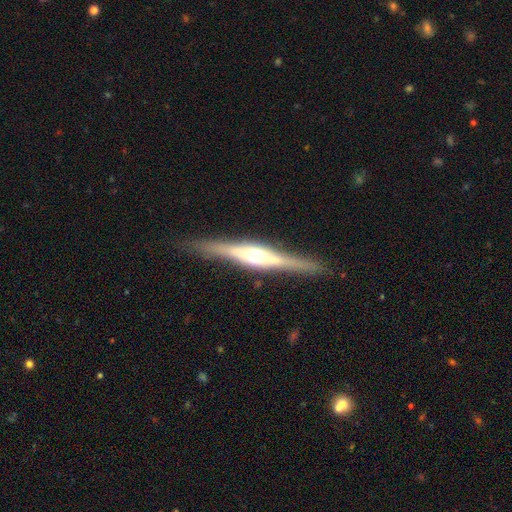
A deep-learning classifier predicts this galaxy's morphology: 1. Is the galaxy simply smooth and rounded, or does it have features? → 79% featured or disk, 16% smooth, 5% star or artifact.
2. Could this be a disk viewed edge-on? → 97% yes, 3% no.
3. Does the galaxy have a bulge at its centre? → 88% rounded, 9% boxy, 3% none.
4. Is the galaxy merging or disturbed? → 87% none, 9% minor disturbance, 2% major disturbance, 1% merger.